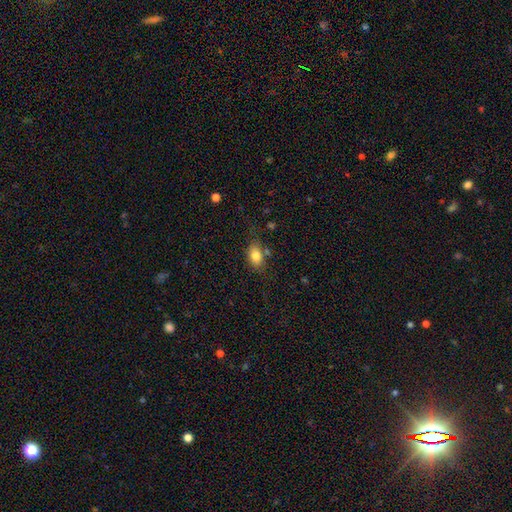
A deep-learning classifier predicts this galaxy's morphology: smooth-or-featured: smooth: 81% | featured or disk: 10% | star or artifact: 9%
  how-rounded: in between: 82% | round: 16% | cigar-shaped: 2%
  merging: none: 66% | minor disturbance: 20% | merger: 8% | major disturbance: 6%